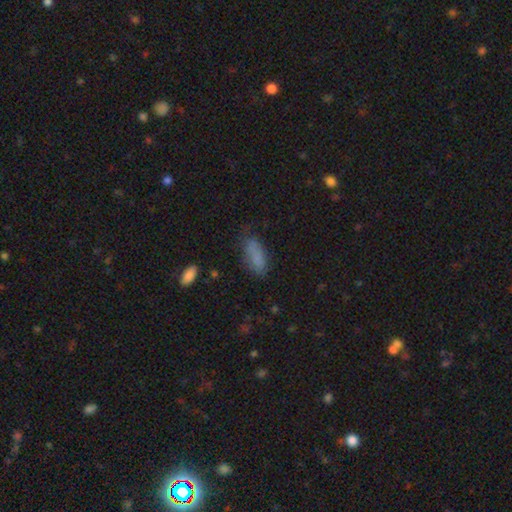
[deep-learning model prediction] Morphology: type=smooth (82%); roundness=in between (75%); merging=none (69%).